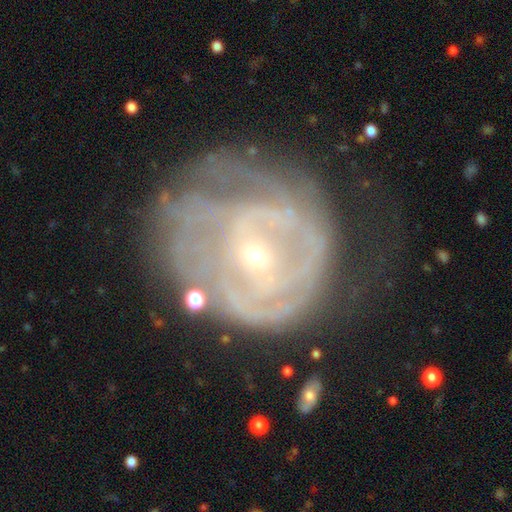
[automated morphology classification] Smooth or featured?
  - featured or disk: 78% *
  - smooth: 14%
  - star or artifact: 8%
Edge-on disk?
  - no: 97% *
  - yes: 3%
Bar?
  - no: 57% *
  - weak: 32%
  - strong: 11%
Spiral arms?
  - yes: 75% *
  - no: 25%
Spiral winding?
  - tight: 61% *
  - medium: 27%
  - loose: 12%
Spiral arm count?
  - can't tell: 51% *
  - 2: 22%
  - 3: 10%
  - 1: 8%
  - 4: 6%
  - more than 4: 5%
Bulge size?
  - small: 79% *
  - moderate: 16%
  - none: 2%
  - large: 1%
  - dominant: 1%
Merging?
  - none: 39% *
  - major disturbance: 32%
  - minor disturbance: 26%
  - merger: 4%